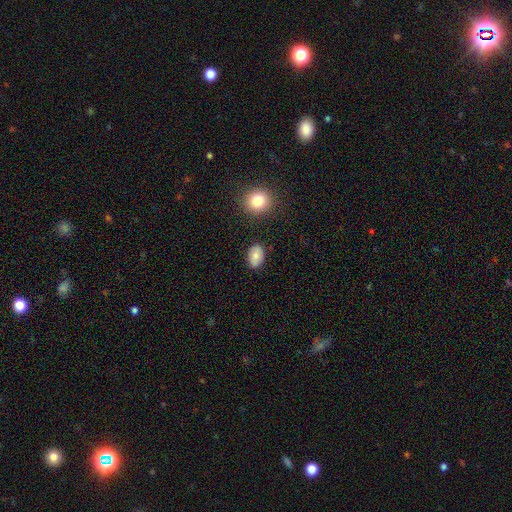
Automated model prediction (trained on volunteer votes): A smooth galaxy with no disk features (79%) that is in between round and cigar-shaped (79%). Merging: none (83%).